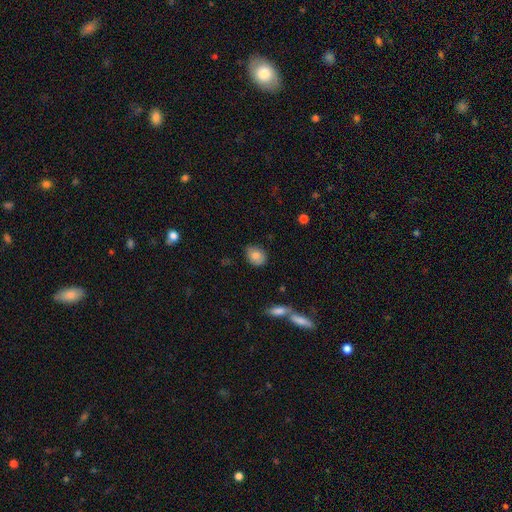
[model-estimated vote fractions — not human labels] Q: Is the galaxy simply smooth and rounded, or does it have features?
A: smooth — 78%.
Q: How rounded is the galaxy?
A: round — 50%.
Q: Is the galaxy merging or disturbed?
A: none — 78%.